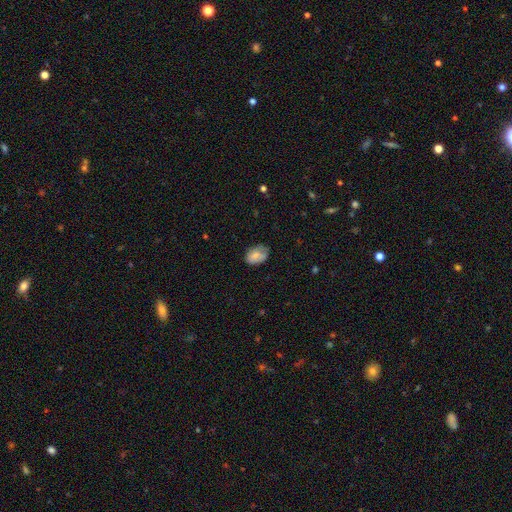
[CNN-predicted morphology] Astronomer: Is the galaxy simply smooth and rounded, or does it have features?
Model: smooth — 76%.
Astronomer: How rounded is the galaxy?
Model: in between — 83%.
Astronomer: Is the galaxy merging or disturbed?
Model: none — 64%.